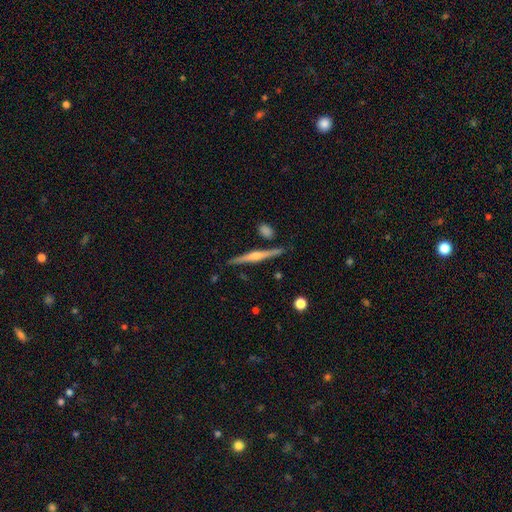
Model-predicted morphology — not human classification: smooth_or_featured: featured or disk (p=0.80) [alt: smooth p=0.15]
disk_edge_on: yes (p=0.98) [alt: no p=0.02]
edge_on_bulge: rounded (p=0.83) [alt: boxy p=0.09]
merging: none (p=0.87) [alt: minor disturbance p=0.08]